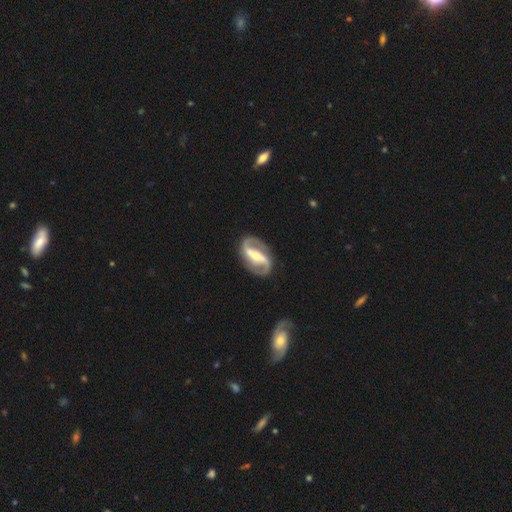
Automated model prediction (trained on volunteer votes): Smooth or featured? featured or disk (91%)
Edge-on disk? no (97%)
Bar? strong (69%)
Spiral arms? yes (96%)
Spiral winding? medium (49%)
Spiral arm count? 2 (94%)
Bulge size? moderate (51%)
Merging? none (86%)